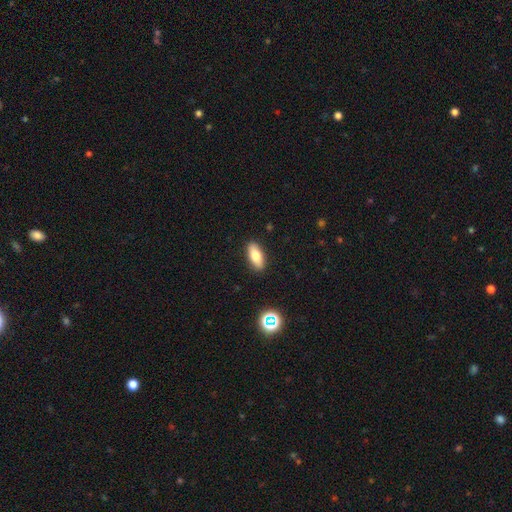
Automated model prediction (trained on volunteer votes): Q: Smooth or featured?
A: smooth (75%); runner-up: featured or disk (16%)
Q: How rounded?
A: in between (78%); runner-up: cigar-shaped (18%)
Q: Merging?
A: none (89%); runner-up: minor disturbance (8%)